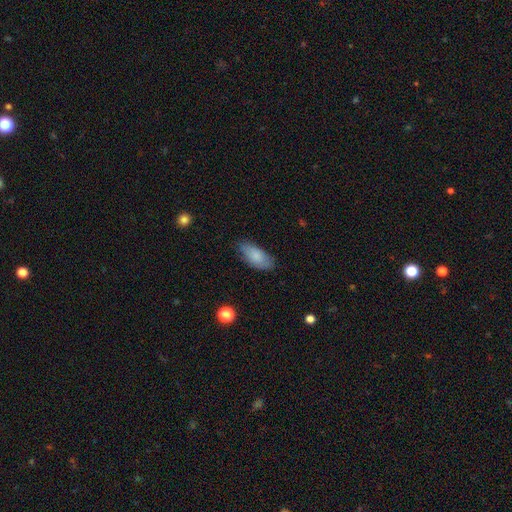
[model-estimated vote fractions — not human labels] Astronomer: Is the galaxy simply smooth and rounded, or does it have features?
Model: smooth — 83%.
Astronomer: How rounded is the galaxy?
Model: in between — 89%.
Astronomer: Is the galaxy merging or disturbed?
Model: none — 78%.